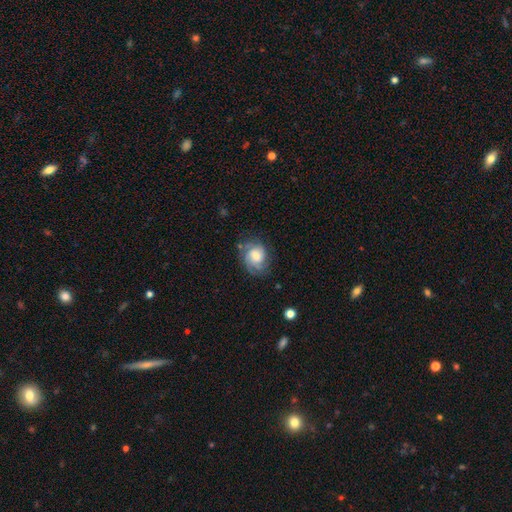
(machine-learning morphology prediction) smooth_or_featured: featured or disk (p=0.65) [alt: smooth p=0.27]
disk_edge_on: no (p=0.97) [alt: yes p=0.03]
bar: no (p=0.64) [alt: weak p=0.32]
has_spiral_arms: yes (p=0.91) [alt: no p=0.09]
spiral_winding: tight (p=0.54) [alt: medium p=0.35]
spiral_arm_count: can't tell (p=0.31) [alt: 3 p=0.28]
bulge_size: moderate (p=0.47) [alt: large p=0.24]
merging: none (p=0.66) [alt: minor disturbance p=0.22]